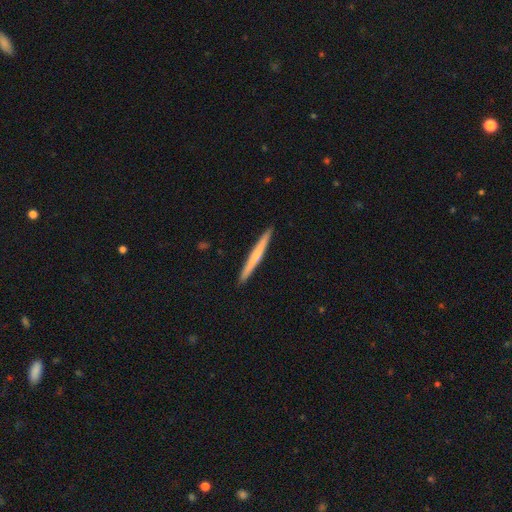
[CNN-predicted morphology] A smooth galaxy with no disk features (49%). Merging: none (93%).